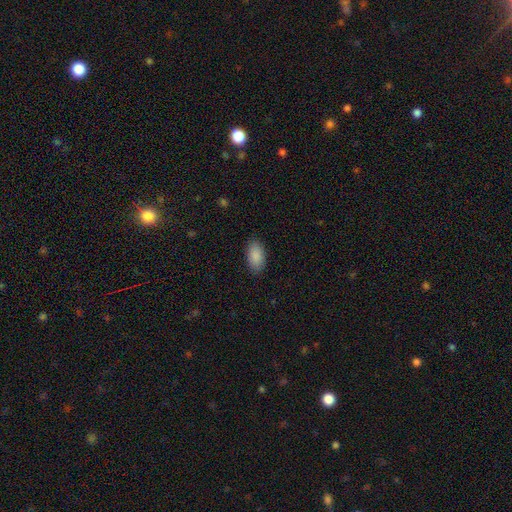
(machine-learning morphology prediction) The model was most divided on "merging": none: 88%, minor disturbance: 9%, major disturbance: 2%, merger: 1%. More confident: how rounded — in between (94%); smooth or featured — smooth (90%).